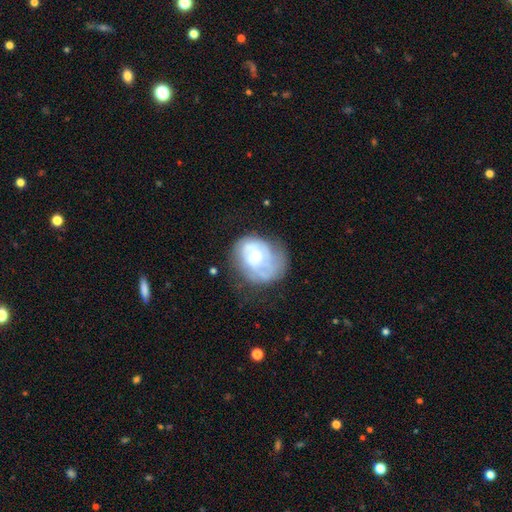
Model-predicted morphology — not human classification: Smooth or featured?
  - featured or disk: 63% *
  - smooth: 30%
  - star or artifact: 7%
Edge-on disk?
  - no: 97% *
  - yes: 3%
Bar?
  - no: 80% *
  - weak: 17%
  - strong: 3%
Spiral arms?
  - yes: 69% *
  - no: 31%
Bulge size?
  - small: 50% *
  - moderate: 44%
  - large: 3%
  - none: 2%
  - dominant: 1%
Merging?
  - none: 47% *
  - minor disturbance: 29%
  - major disturbance: 22%
  - merger: 3%